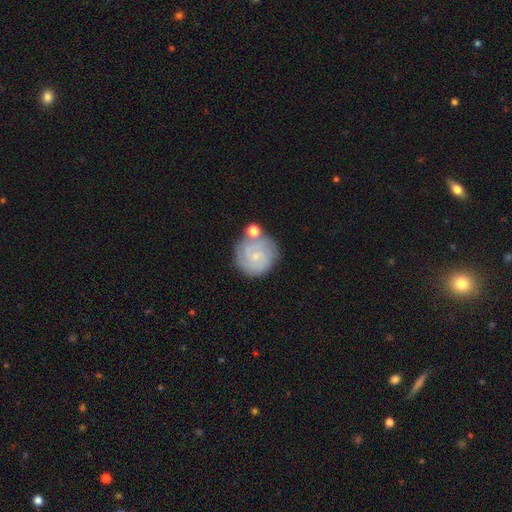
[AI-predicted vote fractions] featured or disk 69%, smooth 24%, star or artifact 7%. Down the decision tree: edge-on disk — no (98%); bar — no (68%); spiral arms — yes (93%); spiral arm count — 2 (30%); spiral winding — tight (69%); bulge size — small (71%); merging — none (67%).